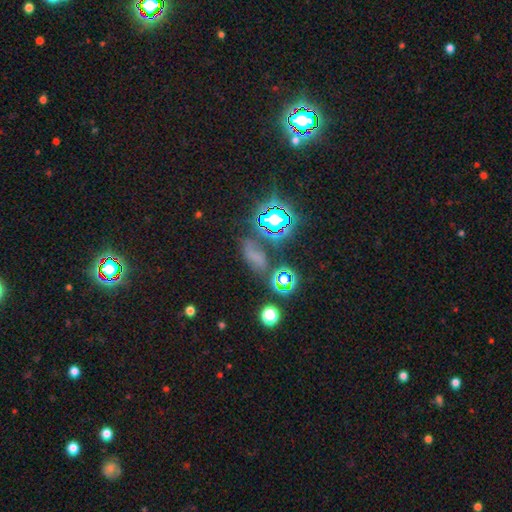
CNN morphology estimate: star or artifact 45%, smooth 39%, featured or disk 17%.